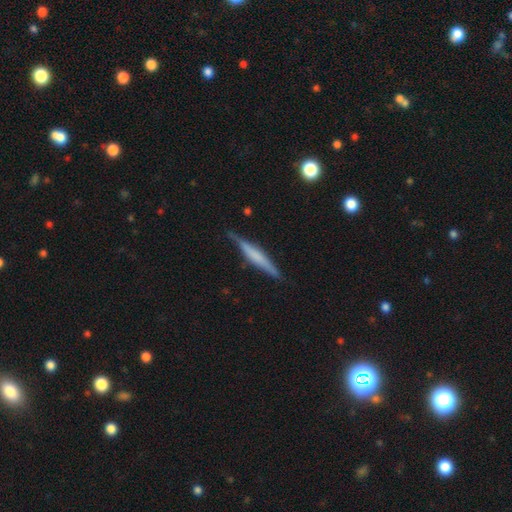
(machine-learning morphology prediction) smooth-or-featured: featured or disk: 53% | smooth: 41% | star or artifact: 6%
  disk-edge-on: yes: 96% | no: 4%
    edge-on-bulge: none: 42% | boxy: 30% | rounded: 28%
  merging: none: 84% | minor disturbance: 12% | major disturbance: 2% | merger: 1%